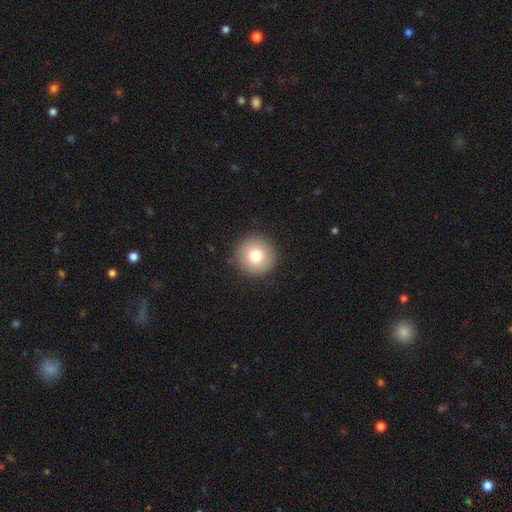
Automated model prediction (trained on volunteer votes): A smooth galaxy with no disk features (78%) that is round (96%). Merging: none (91%).